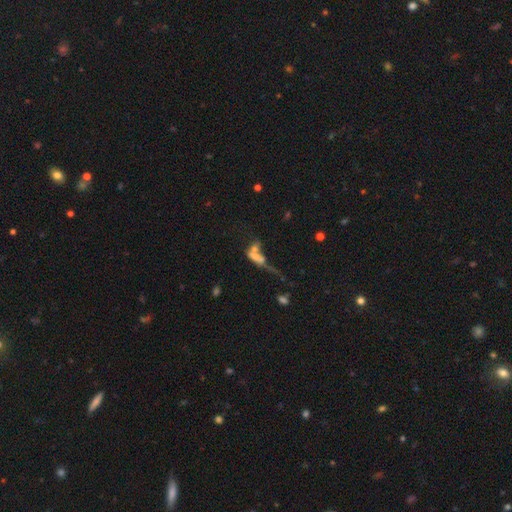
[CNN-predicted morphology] Q: Smooth or featured?
A: smooth (46%); runner-up: featured or disk (37%)
Q: Merging?
A: merger (50%); runner-up: major disturbance (23%)